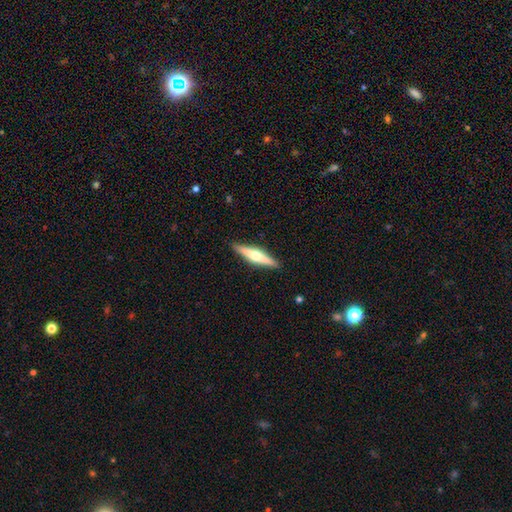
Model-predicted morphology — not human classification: Overall: featured or disk (64%; smooth 31%). Edge-on disk: yes (97%). Edge-on bulge: rounded (93%). Merging: none (90%).